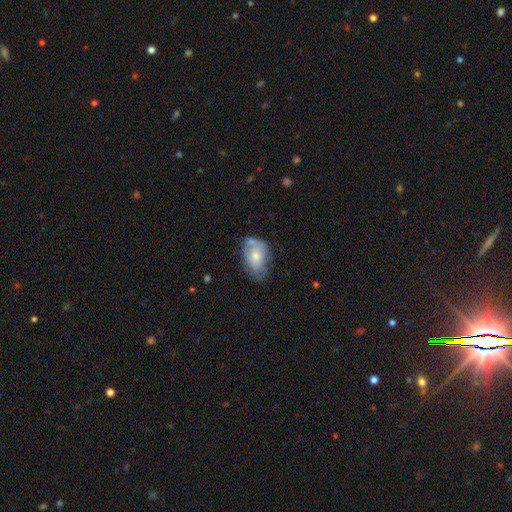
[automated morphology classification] Smooth or featured?
  - smooth: 60% *
  - featured or disk: 34%
  - star or artifact: 7%
How rounded?
  - in between: 89% *
  - round: 9%
  - cigar-shaped: 2%
Merging?
  - none: 43% *
  - minor disturbance: 34%
  - major disturbance: 13%
  - merger: 10%